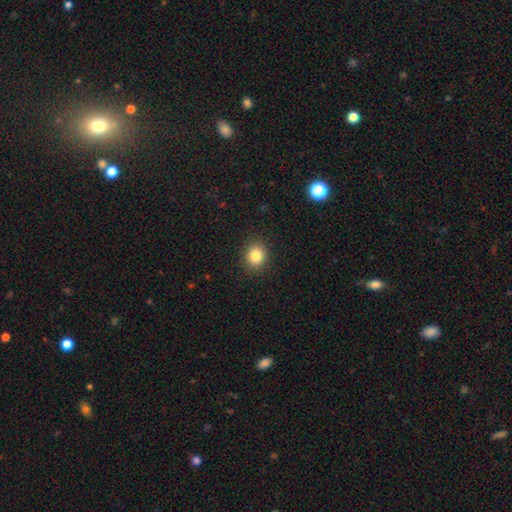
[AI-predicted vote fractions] Overall: smooth (84%). How rounded: round (70%). Merging: none (90%).